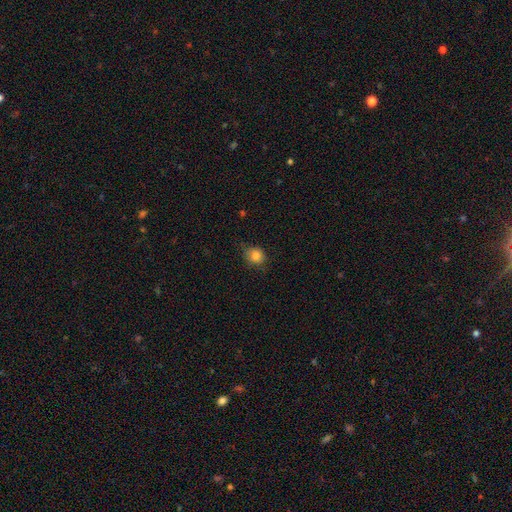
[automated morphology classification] smooth-or-featured: smooth: 84% | star or artifact: 11% | featured or disk: 6%
  how-rounded: round: 80% | in between: 19% | cigar-shaped: 1%
  merging: none: 74% | minor disturbance: 21% | major disturbance: 4% | merger: 1%